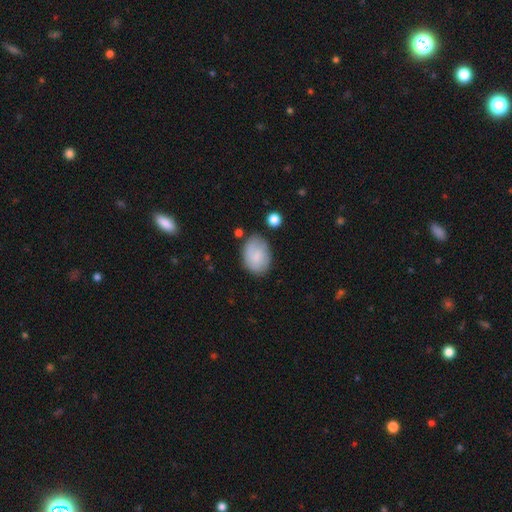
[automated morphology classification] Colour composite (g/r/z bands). It shows a smooth galaxy with no disk features (71%) that is in between round and cigar-shaped (81%). Merging: none (68%).